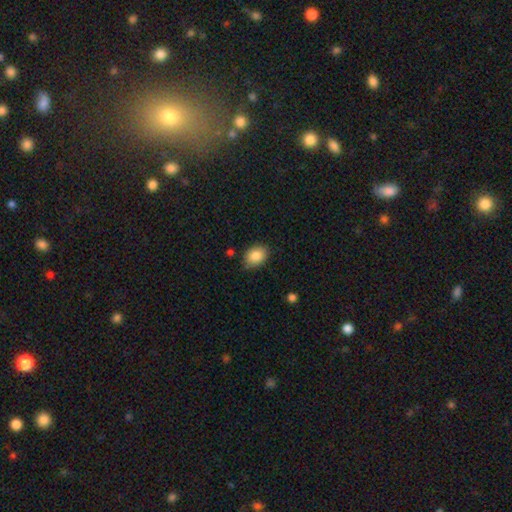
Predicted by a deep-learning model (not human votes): Smooth or featured: smooth — 86% (star or artifact — 8%)
How rounded: in between — 74% (round — 25%)
Merging: none — 81% (minor disturbance — 14%)